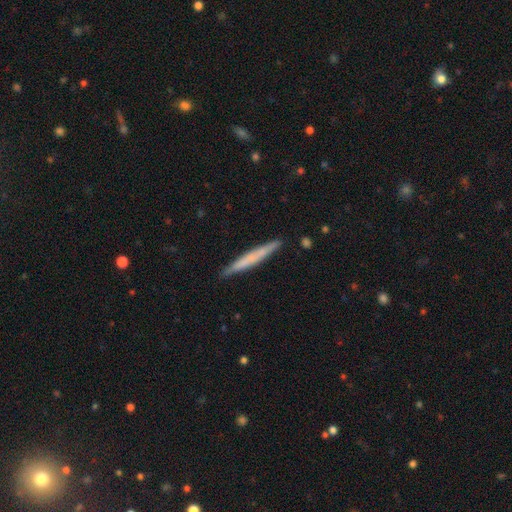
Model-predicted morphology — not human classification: The model was most divided on "smooth or featured": smooth: 56%, featured or disk: 38%, star or artifact: 6%. More confident: how rounded — cigar-shaped (97%); merging — none (89%).